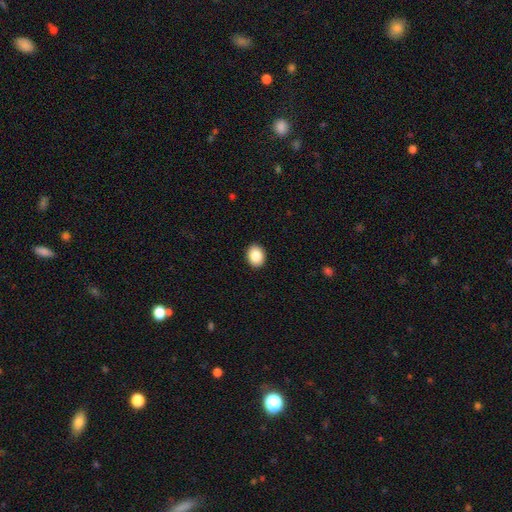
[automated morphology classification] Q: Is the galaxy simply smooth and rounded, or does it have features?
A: smooth — 88%.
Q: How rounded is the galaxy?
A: in between — 54%.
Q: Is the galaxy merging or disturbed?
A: none — 92%.